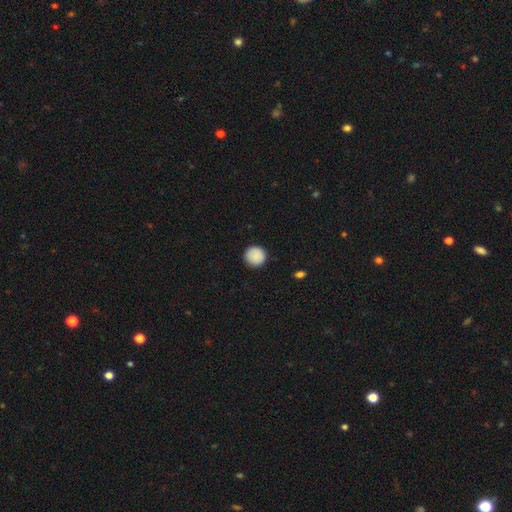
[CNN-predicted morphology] A smooth galaxy with no disk features (89%) that is round (95%).

Vote fractions:
- Smooth or featured? smooth: 89% / star or artifact: 7% / featured or disk: 4%
- How rounded? round: 95% / in between: 4% / cigar-shaped: 1%
- Merging? none: 91% / minor disturbance: 7% / major disturbance: 2% / merger: 1%